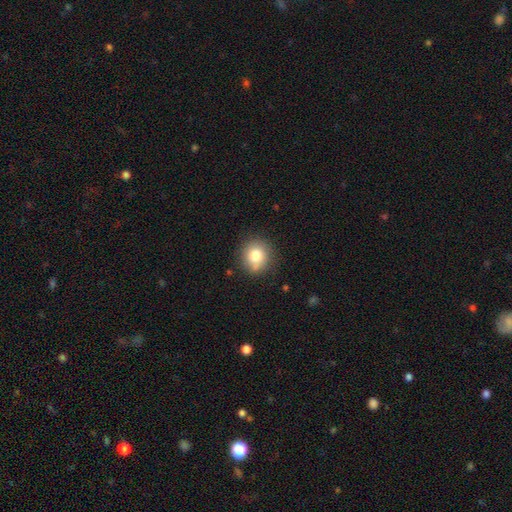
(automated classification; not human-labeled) Smooth or featured?
  - smooth: 79% *
  - featured or disk: 10%
  - star or artifact: 10%
How rounded?
  - round: 86% *
  - in between: 13%
  - cigar-shaped: 1%
Merging?
  - none: 79% *
  - minor disturbance: 14%
  - merger: 4%
  - major disturbance: 3%